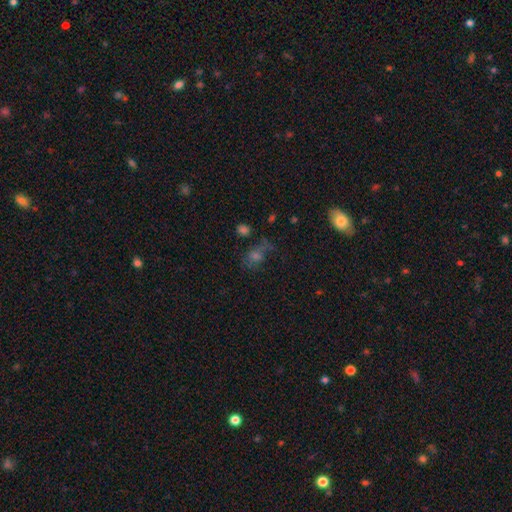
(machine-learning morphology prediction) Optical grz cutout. It shows a smooth galaxy with no disk features (42%). Merging: none (50%).